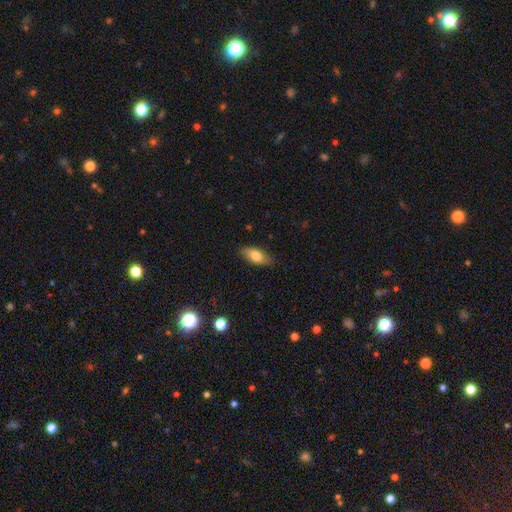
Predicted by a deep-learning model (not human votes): The model was most divided on "smooth or featured": smooth: 74%, featured or disk: 19%, star or artifact: 7%. More confident: how rounded — in between (83%); merging — none (81%).